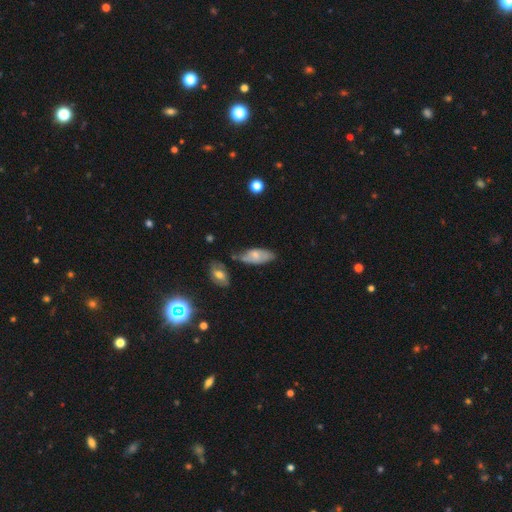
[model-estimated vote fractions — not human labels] Morphology: type=smooth (60%); roundness=in between (85%); merging=none (49%).